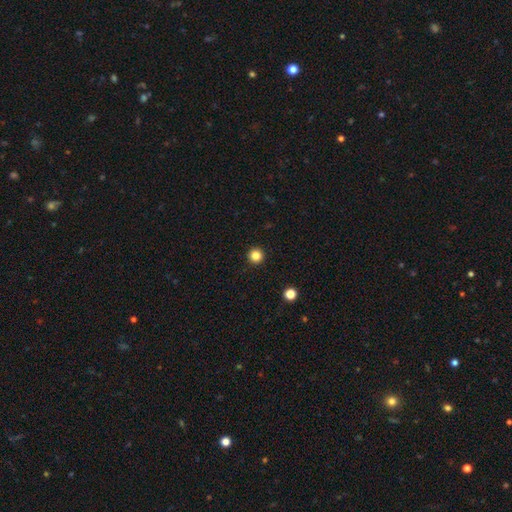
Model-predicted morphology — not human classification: smooth_or_featured: smooth (p=0.84) [alt: star or artifact p=0.12]
how_rounded: round (p=0.97) [alt: in between p=0.03]
merging: none (p=0.94) [alt: minor disturbance p=0.04]